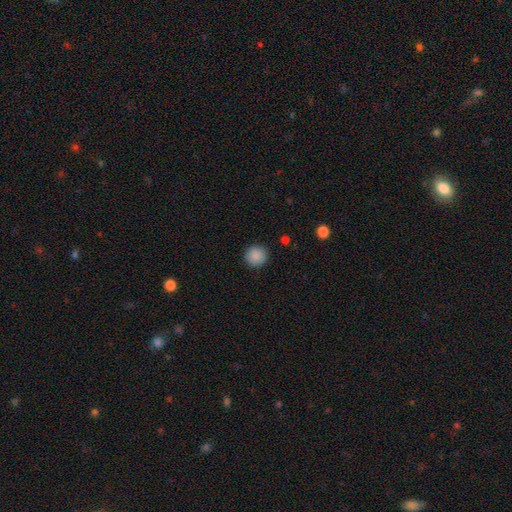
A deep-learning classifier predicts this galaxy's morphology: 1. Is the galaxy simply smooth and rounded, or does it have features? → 89% smooth, 9% star or artifact, 3% featured or disk.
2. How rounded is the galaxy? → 94% round, 5% in between, 1% cigar-shaped.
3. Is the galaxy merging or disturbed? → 91% none, 6% minor disturbance, 2% major disturbance, 1% merger.